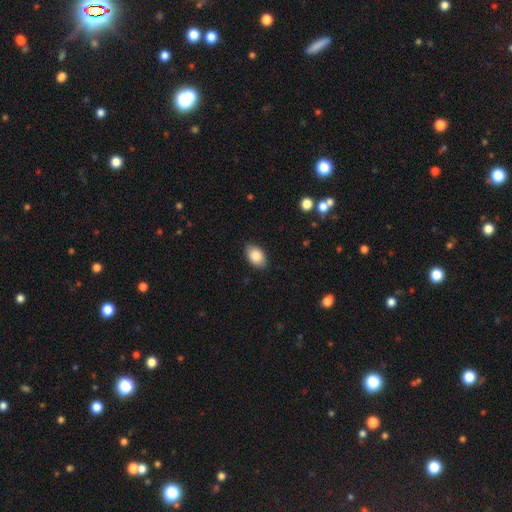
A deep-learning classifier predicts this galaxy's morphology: Smooth or featured: smooth — 85% (featured or disk — 8%)
How rounded: in between — 90% (round — 9%)
Merging: none — 86% (minor disturbance — 11%)